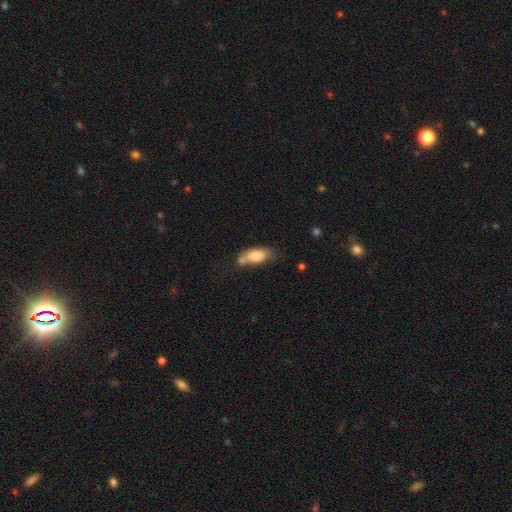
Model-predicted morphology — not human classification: Q: Smooth or featured?
A: smooth (78%); runner-up: featured or disk (15%)
Q: How rounded?
A: in between (85%); runner-up: cigar-shaped (10%)
Q: Merging?
A: none (40%); runner-up: merger (27%)